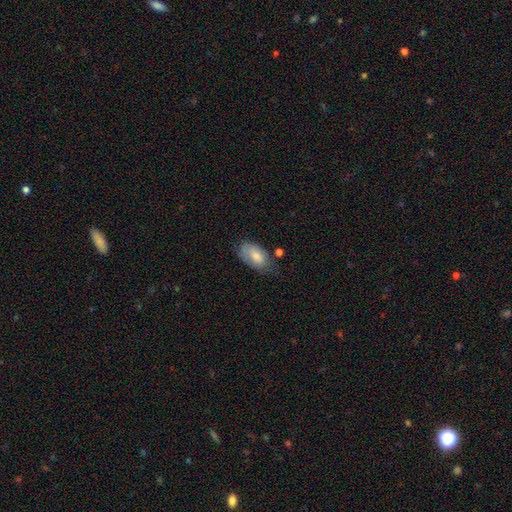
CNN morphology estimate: Smooth or featured?
  - smooth: 77% *
  - featured or disk: 16%
  - star or artifact: 6%
How rounded?
  - in between: 93% *
  - round: 5%
  - cigar-shaped: 2%
Merging?
  - none: 47% *
  - minor disturbance: 35%
  - major disturbance: 12%
  - merger: 5%